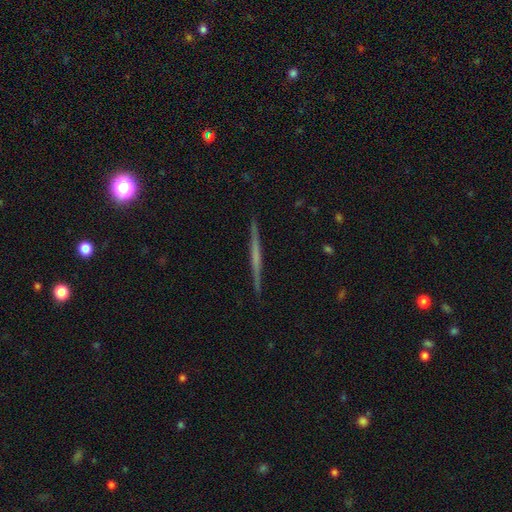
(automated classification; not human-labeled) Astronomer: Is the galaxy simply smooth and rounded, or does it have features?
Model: featured or disk — 62%.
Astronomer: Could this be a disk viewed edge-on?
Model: yes — 98%.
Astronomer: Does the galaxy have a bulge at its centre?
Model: none — 80%.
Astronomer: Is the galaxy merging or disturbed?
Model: none — 93%.